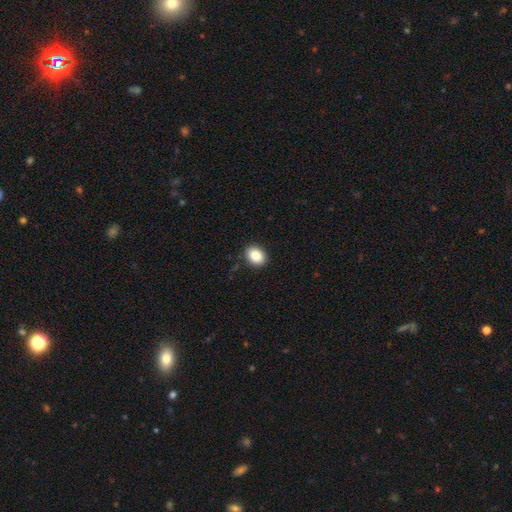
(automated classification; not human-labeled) Smooth or featured: smooth — 87% (star or artifact — 8%)
How rounded: in between — 62% (round — 37%)
Merging: none — 90% (minor disturbance — 7%)